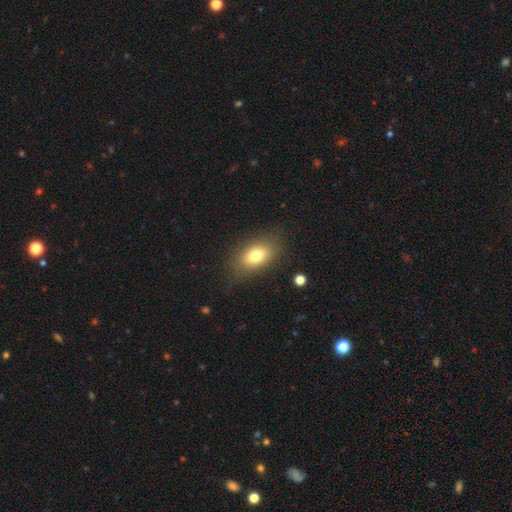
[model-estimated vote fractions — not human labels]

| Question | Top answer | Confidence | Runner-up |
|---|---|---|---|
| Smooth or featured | smooth | 76% | featured or disk (15%) |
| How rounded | in between | 84% | round (13%) |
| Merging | none | 80% | minor disturbance (13%) |